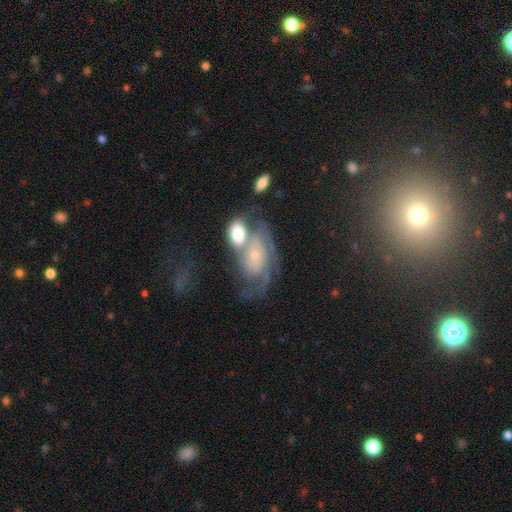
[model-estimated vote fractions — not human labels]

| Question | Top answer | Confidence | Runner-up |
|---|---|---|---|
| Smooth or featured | featured or disk | 69% | smooth (23%) |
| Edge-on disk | no | 95% | yes (5%) |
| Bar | no | 76% | weak (19%) |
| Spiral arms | yes | 84% | no (16%) |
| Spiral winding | medium | 38% | tight (37%) |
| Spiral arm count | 2 | 36% | can't tell (32%) |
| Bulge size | small | 66% | moderate (23%) |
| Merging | merger | 45% | none (22%) |